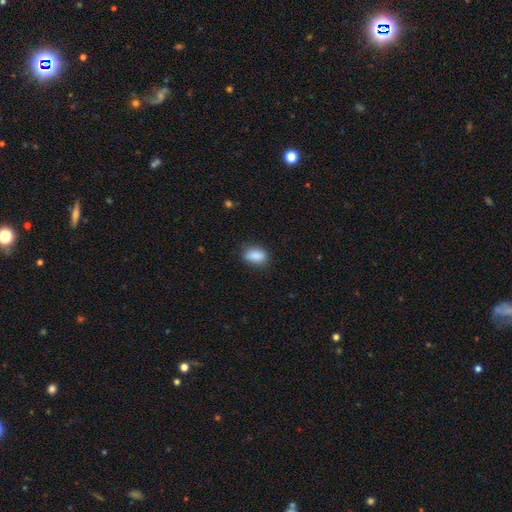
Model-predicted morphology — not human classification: smooth 88%, star or artifact 8%, featured or disk 4%. Down the decision tree: how rounded — in between (86%); merging — none (82%).